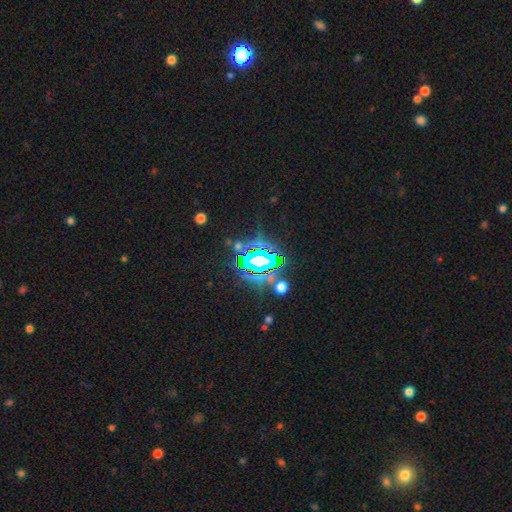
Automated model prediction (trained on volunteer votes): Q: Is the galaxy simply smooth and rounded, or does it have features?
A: star or artifact — 77%.